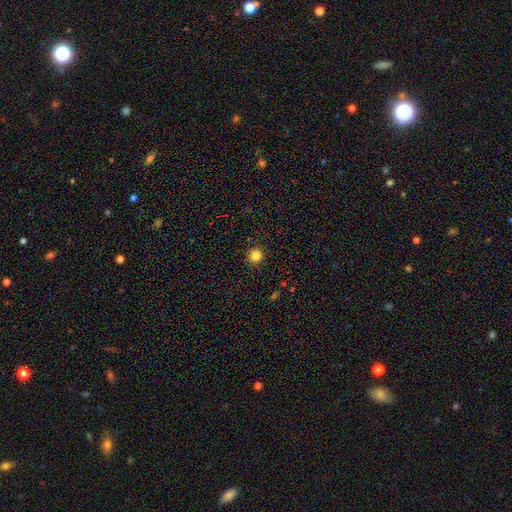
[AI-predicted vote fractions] A smooth galaxy with no disk features (84%) that is round (93%). Merging: none (91%).